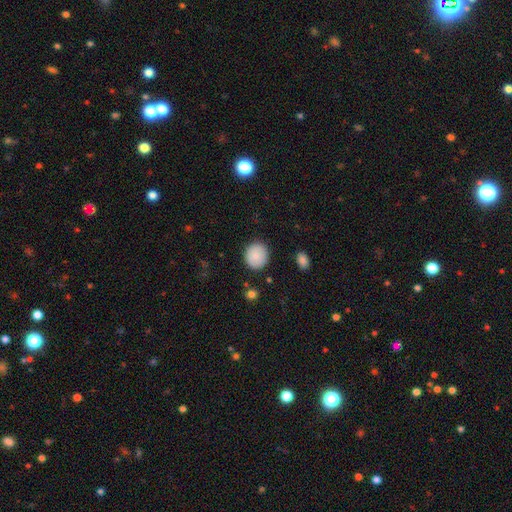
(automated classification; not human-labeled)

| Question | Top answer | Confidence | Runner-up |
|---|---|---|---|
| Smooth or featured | smooth | 85% | featured or disk (8%) |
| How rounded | round | 81% | in between (18%) |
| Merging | none | 88% | minor disturbance (9%) |